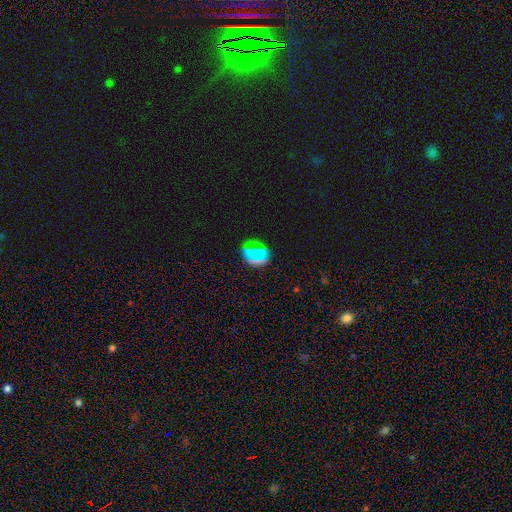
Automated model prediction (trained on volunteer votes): Smooth or featured? smooth (60%)
How rounded? in between (53%)
Merging? none (75%)